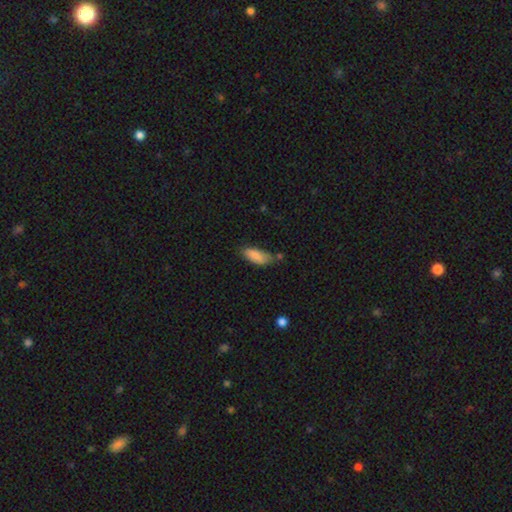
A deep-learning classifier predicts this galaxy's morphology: A smooth galaxy with no disk features (85%) that is in between round and cigar-shaped (79%). Merging: none (55%).